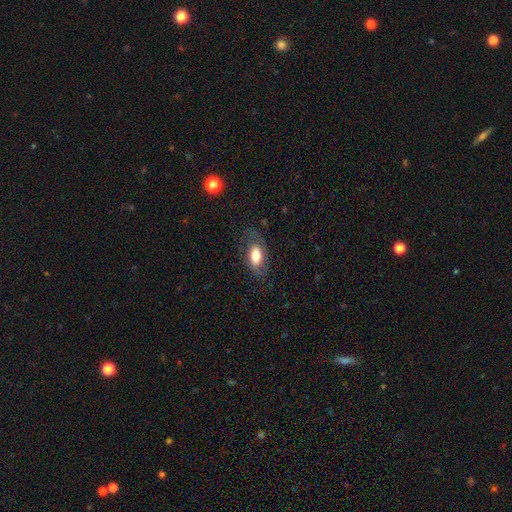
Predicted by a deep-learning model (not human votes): Q: Smooth or featured?
A: smooth (67%); runner-up: featured or disk (26%)
Q: How rounded?
A: in between (90%); runner-up: round (5%)
Q: Merging?
A: none (68%); runner-up: minor disturbance (19%)